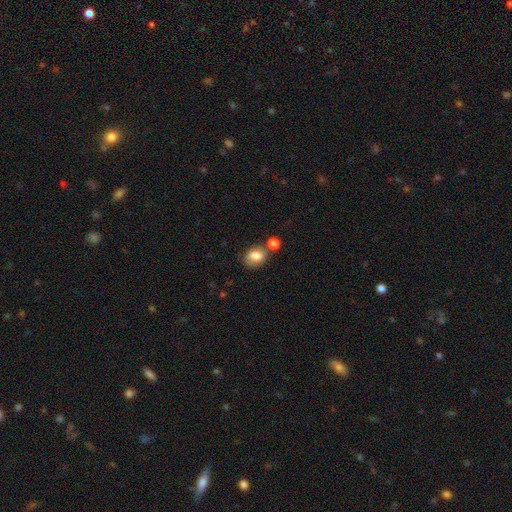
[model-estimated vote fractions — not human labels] smooth_or_featured: smooth (p=0.77) [alt: featured or disk p=0.14]
how_rounded: in between (p=0.58) [alt: round p=0.41]
merging: none (p=0.51) [alt: merger p=0.24]